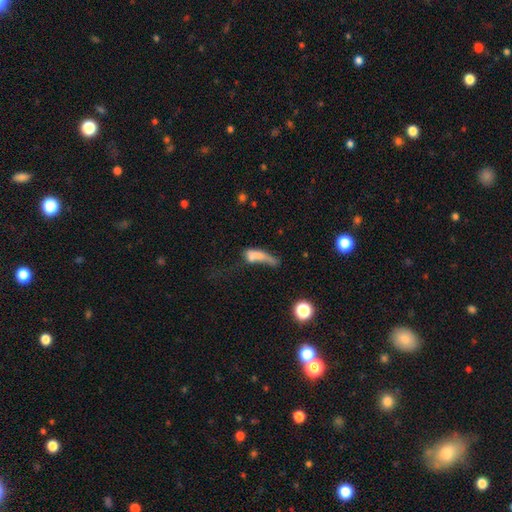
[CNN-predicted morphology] type=smooth (62%); roundness=cigar-shaped (51%); merging=major disturbance (34%).